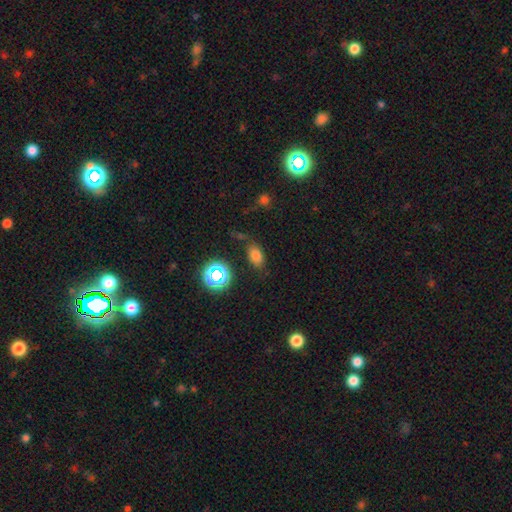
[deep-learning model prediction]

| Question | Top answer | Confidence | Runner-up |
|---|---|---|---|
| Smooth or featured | smooth | 71% | star or artifact (21%) |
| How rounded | in between | 85% | round (12%) |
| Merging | none | 72% | minor disturbance (15%) |